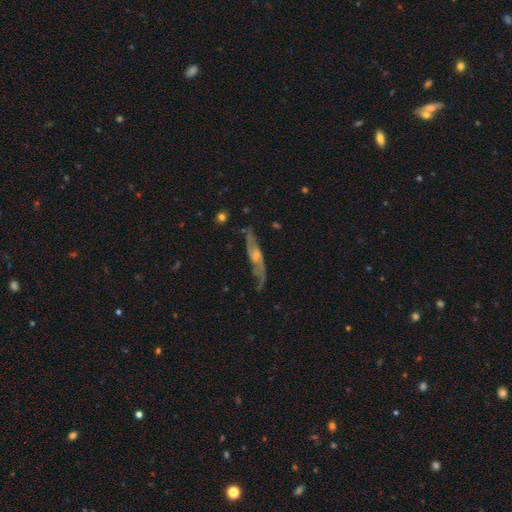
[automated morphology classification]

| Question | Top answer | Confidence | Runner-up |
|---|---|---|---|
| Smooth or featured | featured or disk | 73% | smooth (20%) |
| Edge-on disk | no | 62% | yes (38%) |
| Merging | none | 62% | minor disturbance (23%) |